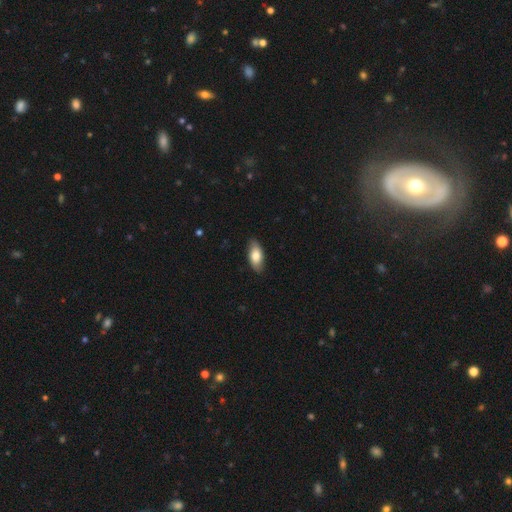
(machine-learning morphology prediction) Smooth or featured? smooth (77%)
How rounded? in between (88%)
Merging? none (87%)